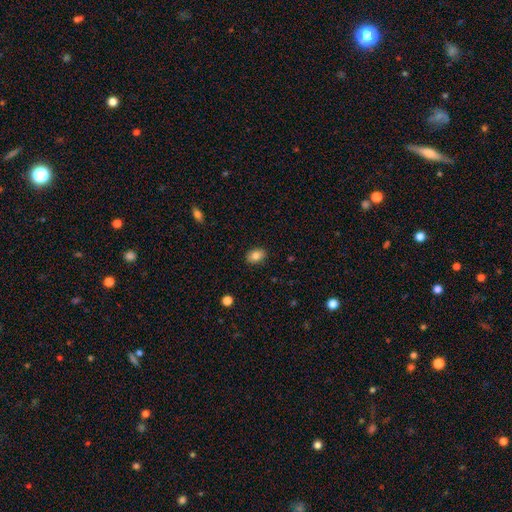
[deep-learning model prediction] Q: Smooth or featured?
A: smooth (84%); runner-up: star or artifact (8%)
Q: How rounded?
A: in between (79%); runner-up: round (20%)
Q: Merging?
A: none (88%); runner-up: minor disturbance (9%)